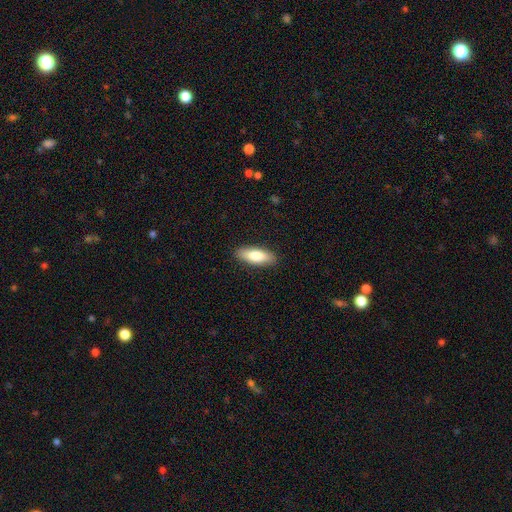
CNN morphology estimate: This appears to be a smooth galaxy with no disk features (80%) that is in between round and cigar-shaped (68%). Merging: none (89%).